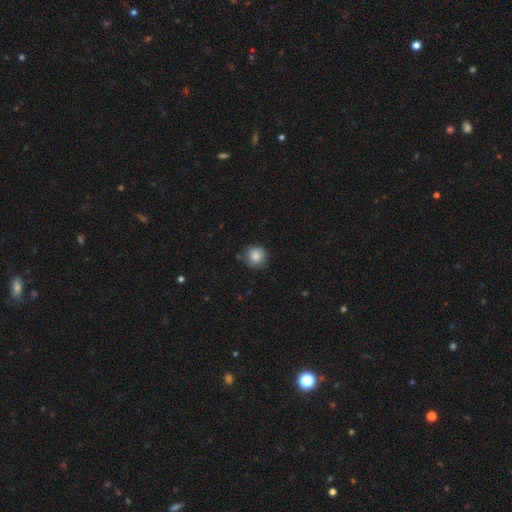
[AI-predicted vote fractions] This appears to be a smooth galaxy with no disk features (85%) that is round (92%). Merging: none (81%).